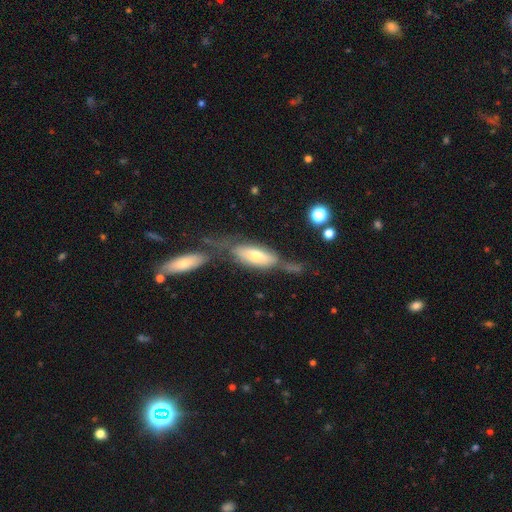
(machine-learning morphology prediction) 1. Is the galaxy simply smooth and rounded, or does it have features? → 52% smooth, 42% featured or disk, 6% star or artifact.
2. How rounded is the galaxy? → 70% in between, 27% cigar-shaped, 2% round.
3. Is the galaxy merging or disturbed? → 34% none, 29% merger, 20% minor disturbance, 16% major disturbance.